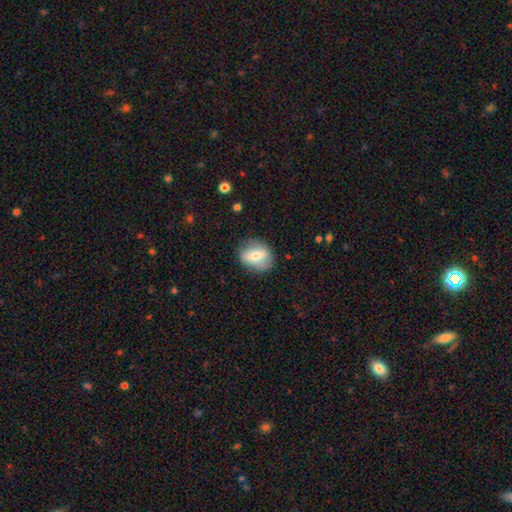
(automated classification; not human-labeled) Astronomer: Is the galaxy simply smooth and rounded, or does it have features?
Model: smooth — 60%.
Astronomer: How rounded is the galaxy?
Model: in between — 59% (runner-up: round, 39%).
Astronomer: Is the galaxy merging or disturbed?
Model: none — 77%.